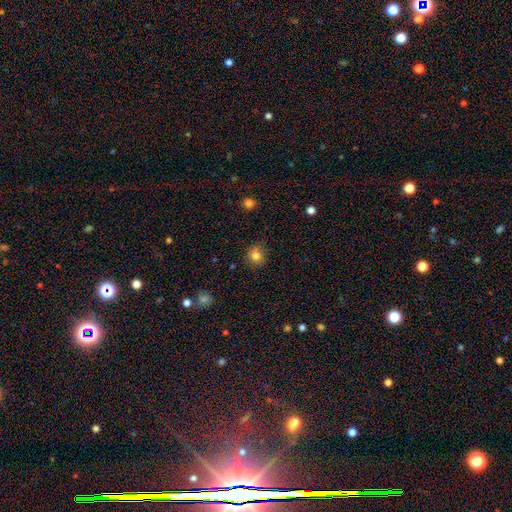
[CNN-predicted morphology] smooth_or_featured: smooth (p=0.81) [alt: star or artifact p=0.12]
how_rounded: round (p=0.85) [alt: in between p=0.14]
merging: none (p=0.81) [alt: minor disturbance p=0.14]